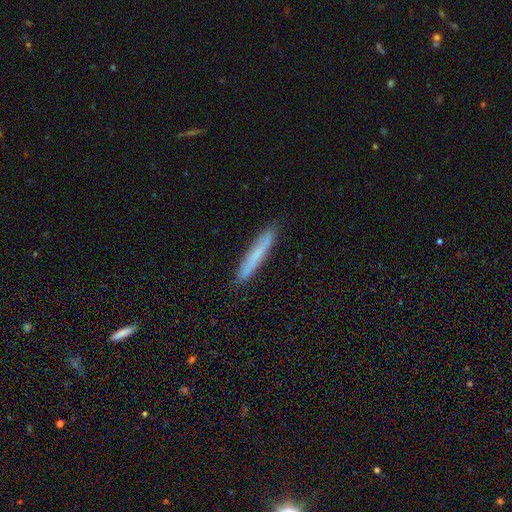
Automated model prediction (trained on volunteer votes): Smooth or featured: smooth — 70% (featured or disk — 24%)
How rounded: cigar-shaped — 96% (in between — 3%)
Merging: none — 90% (minor disturbance — 8%)